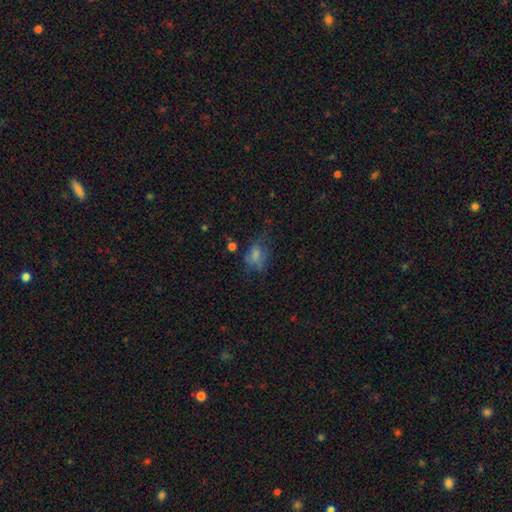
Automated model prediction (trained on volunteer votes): Smooth or featured? Predicted: smooth (p=0.62). How rounded? Predicted: in between (p=0.70). Merging? Predicted: none (p=0.39).